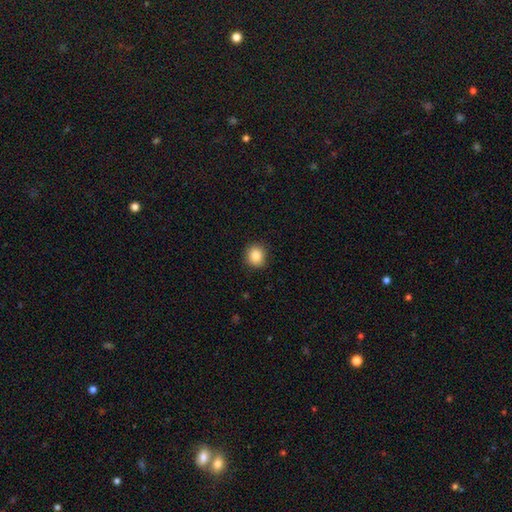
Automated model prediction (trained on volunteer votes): Morphology: type=smooth (85%); roundness=round (86%); merging=none (90%).